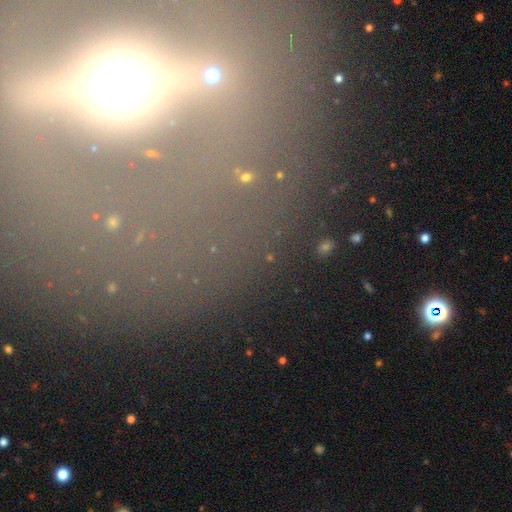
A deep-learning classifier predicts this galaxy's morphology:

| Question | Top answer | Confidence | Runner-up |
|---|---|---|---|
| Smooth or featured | featured or disk | 44% | star or artifact (36%) |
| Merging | none | 76% | minor disturbance (10%) |